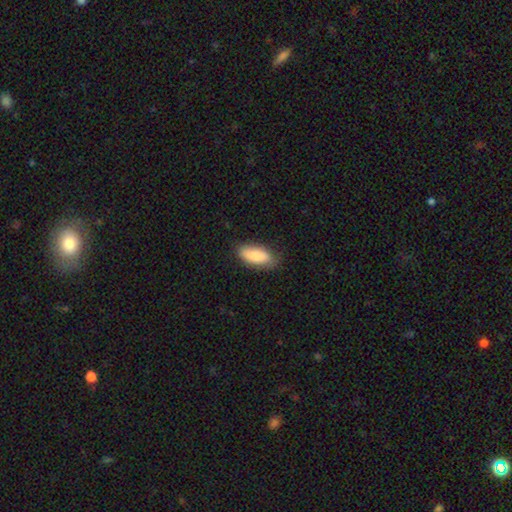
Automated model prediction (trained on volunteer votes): A smooth galaxy with no disk features (84%) that is in between round and cigar-shaped (82%). Merging: none (81%).